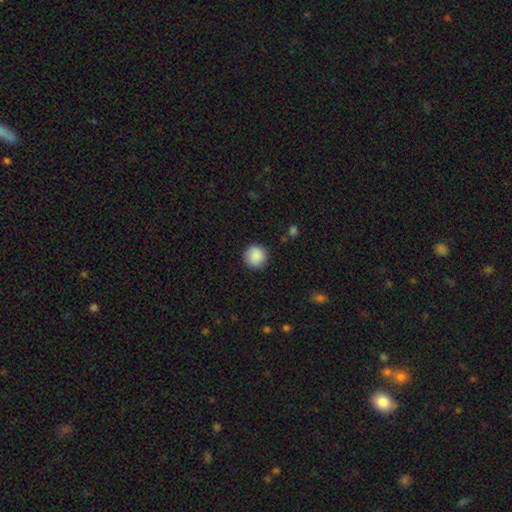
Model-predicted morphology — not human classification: Smooth or featured?
  - smooth: 89% *
  - star or artifact: 8%
  - featured or disk: 4%
How rounded?
  - round: 95% *
  - in between: 4%
  - cigar-shaped: 1%
Merging?
  - none: 90% *
  - minor disturbance: 7%
  - major disturbance: 2%
  - merger: 1%